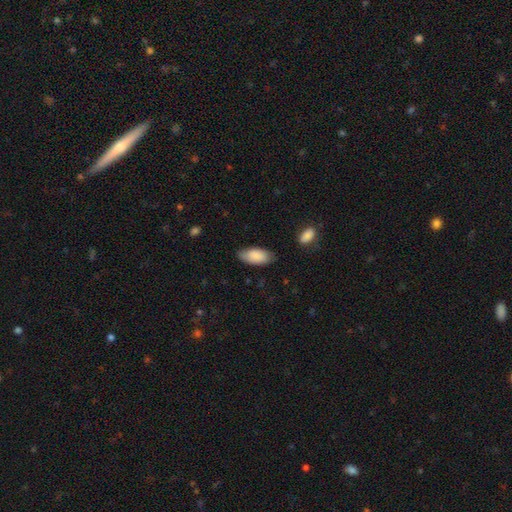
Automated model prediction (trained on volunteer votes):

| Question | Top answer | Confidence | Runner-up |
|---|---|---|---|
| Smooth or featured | smooth | 86% | featured or disk (8%) |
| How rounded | in between | 91% | cigar-shaped (7%) |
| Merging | none | 78% | minor disturbance (17%) |